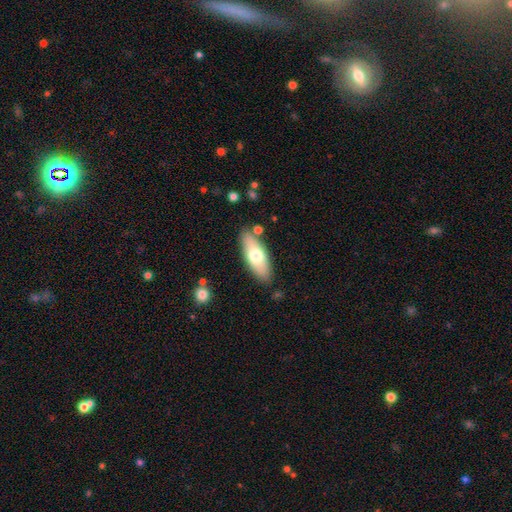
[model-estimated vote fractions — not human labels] This appears to be a smooth galaxy with no disk features (66%) that is in between round and cigar-shaped (69%). Merging: none (83%).